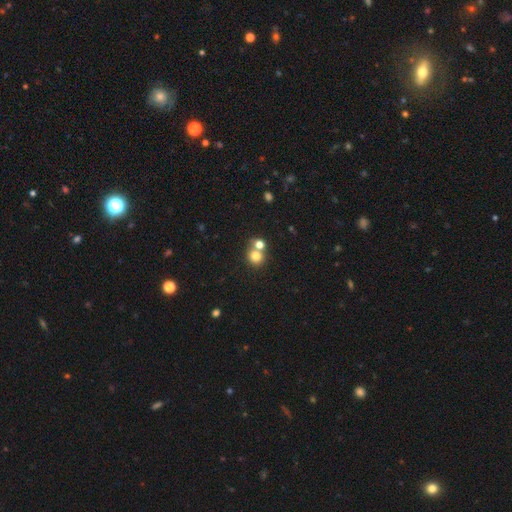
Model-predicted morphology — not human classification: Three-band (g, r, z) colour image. It shows a smooth galaxy with no disk features (78%) that is round (83%). Merging: none (48%).